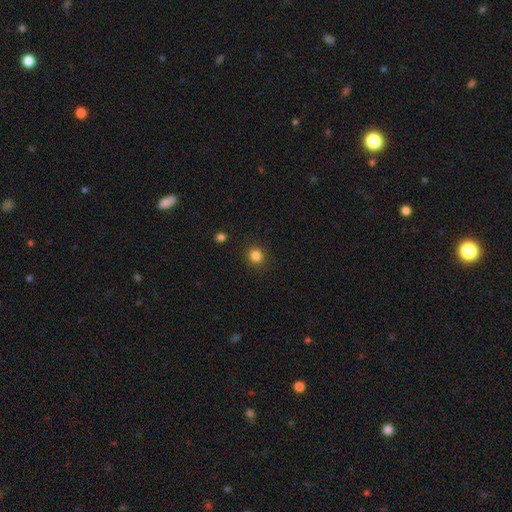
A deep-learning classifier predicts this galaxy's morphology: smooth-or-featured: smooth: 84% | star or artifact: 12% | featured or disk: 4%
  how-rounded: round: 87% | in between: 12% | cigar-shaped: 1%
  merging: none: 90% | minor disturbance: 6% | major disturbance: 2% | merger: 1%